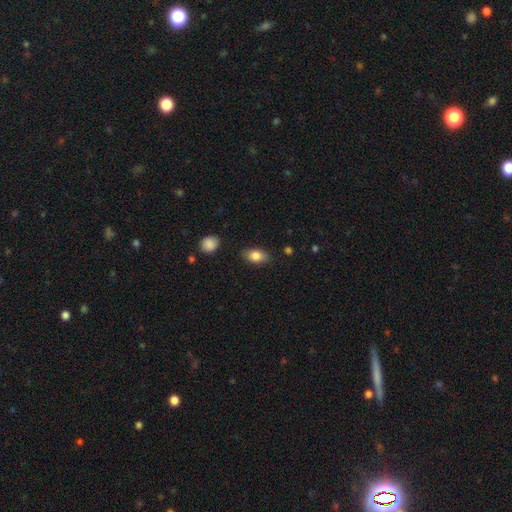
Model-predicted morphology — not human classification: Smooth or featured? Predicted: smooth (p=0.83). How rounded? Predicted: in between (p=0.88). Merging? Predicted: none (p=0.84).